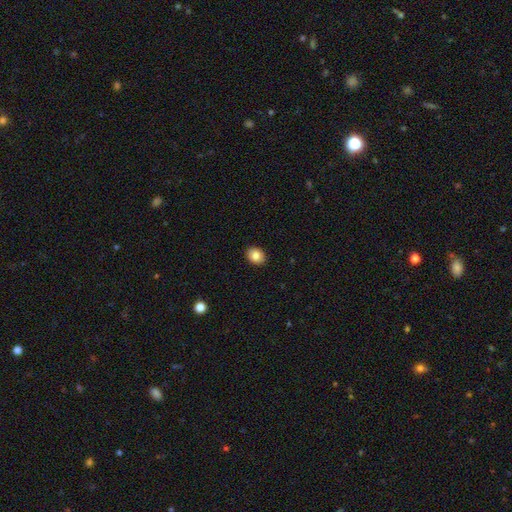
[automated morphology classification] A smooth galaxy with no disk features (85%) that is in between round and cigar-shaped (57%). Merging: none (91%).